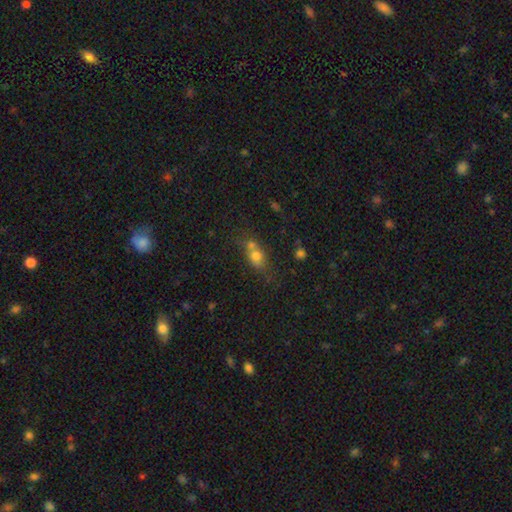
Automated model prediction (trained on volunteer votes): smooth_or_featured: smooth (p=0.69) [alt: featured or disk p=0.17]
how_rounded: in between (p=0.49) [alt: round p=0.47]
merging: merger (p=0.44) [alt: none p=0.38]